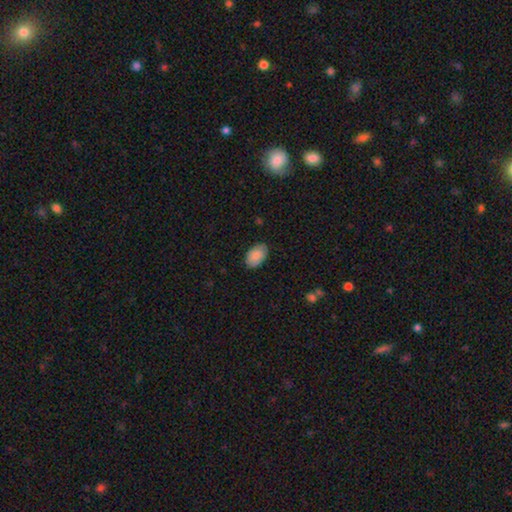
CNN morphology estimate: This is clearly a smooth galaxy (83%). How rounded: clearly in between (91%). Merging: clearly none (81%).